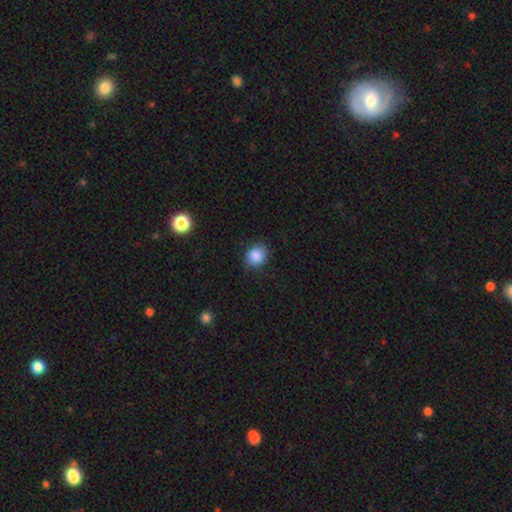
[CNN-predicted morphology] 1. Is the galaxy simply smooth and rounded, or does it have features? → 86% smooth, 9% star or artifact, 4% featured or disk.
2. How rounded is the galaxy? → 70% round, 29% in between, 1% cigar-shaped.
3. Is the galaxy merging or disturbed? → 83% none, 12% minor disturbance, 3% major disturbance, 1% merger.